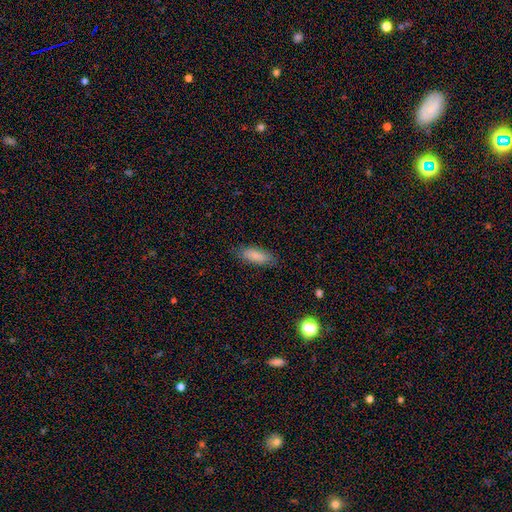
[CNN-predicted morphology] smooth-or-featured: smooth: 84% | featured or disk: 9% | star or artifact: 7%
  how-rounded: in between: 69% | cigar-shaped: 30% | round: 2%
  merging: none: 81% | minor disturbance: 15% | major disturbance: 3% | merger: 1%